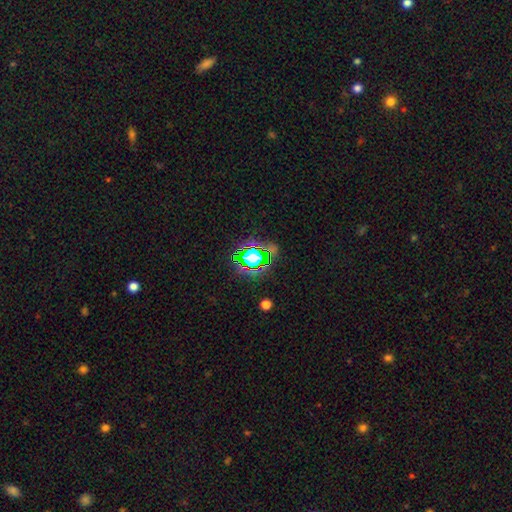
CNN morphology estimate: Overall: star or artifact (56%; smooth 30%).